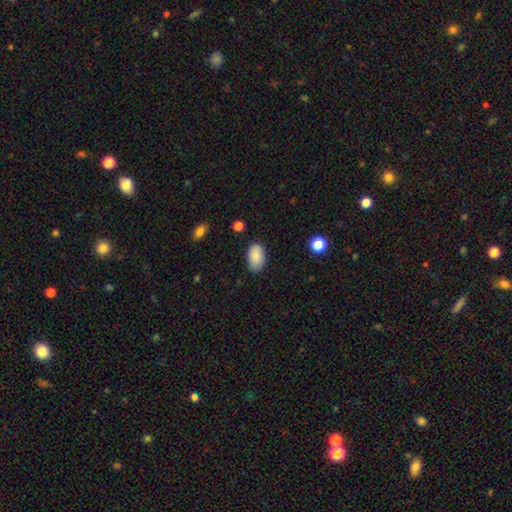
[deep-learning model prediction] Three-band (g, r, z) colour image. It shows a smooth galaxy with no disk features (87%) that is in between round and cigar-shaped (92%). Merging: none (82%).